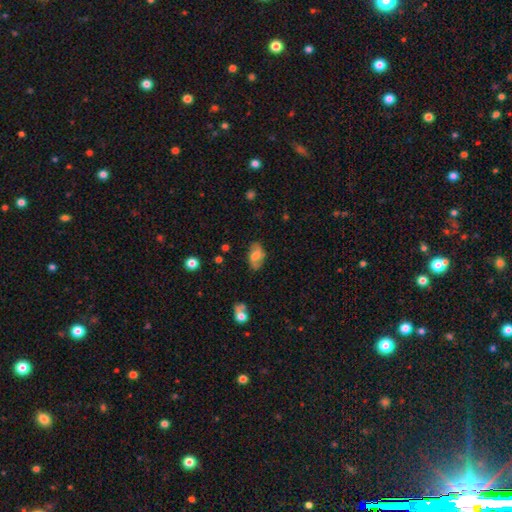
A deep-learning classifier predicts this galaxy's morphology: Smooth or featured?
  - smooth: 52% *
  - featured or disk: 40%
  - star or artifact: 9%
How rounded?
  - in between: 90% *
  - round: 8%
  - cigar-shaped: 3%
Merging?
  - none: 74% *
  - minor disturbance: 19%
  - major disturbance: 5%
  - merger: 2%